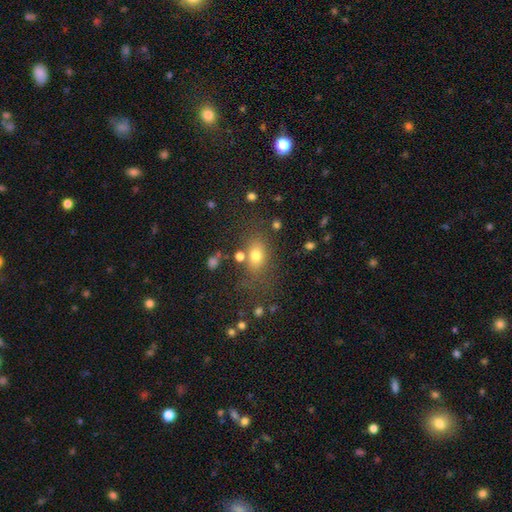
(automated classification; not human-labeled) smooth-or-featured: smooth: 73% | star or artifact: 16% | featured or disk: 12%
  how-rounded: in between: 70% | round: 28% | cigar-shaped: 3%
  merging: none: 68% | minor disturbance: 16% | major disturbance: 8% | merger: 8%